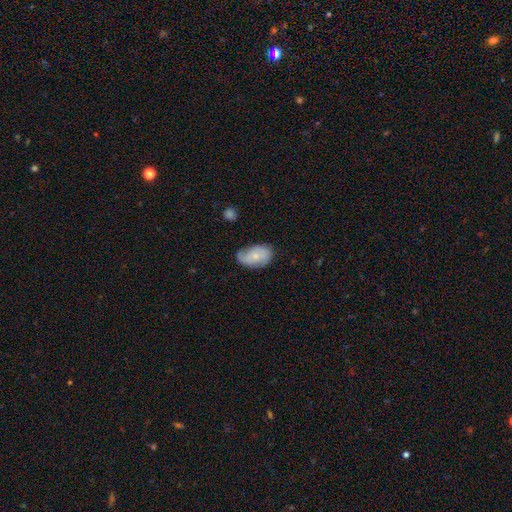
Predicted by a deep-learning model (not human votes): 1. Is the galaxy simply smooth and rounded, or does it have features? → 48% smooth, 45% featured or disk, 7% star or artifact.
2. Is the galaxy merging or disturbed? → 53% none, 33% minor disturbance, 12% major disturbance, 2% merger.